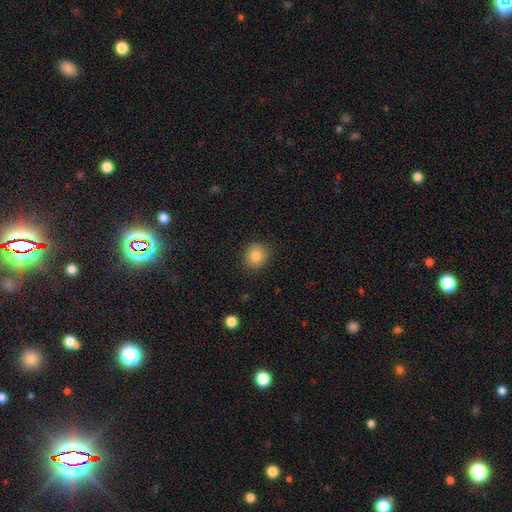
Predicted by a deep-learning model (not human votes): Overall: smooth (83%). How rounded: round (83%). Merging: none (87%).